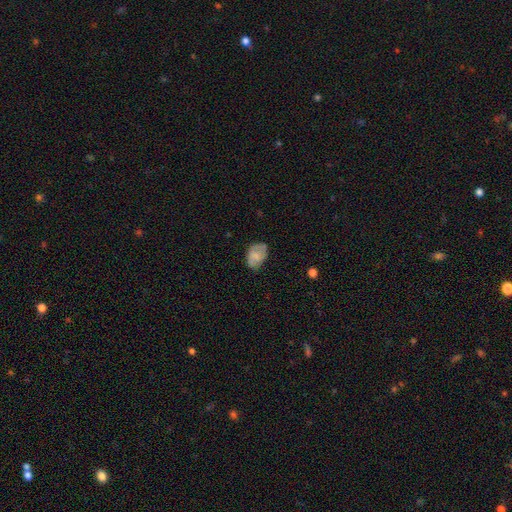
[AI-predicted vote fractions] A smooth galaxy with no disk features (61%) that is in between round and cigar-shaped (81%). Merging: none (62%).